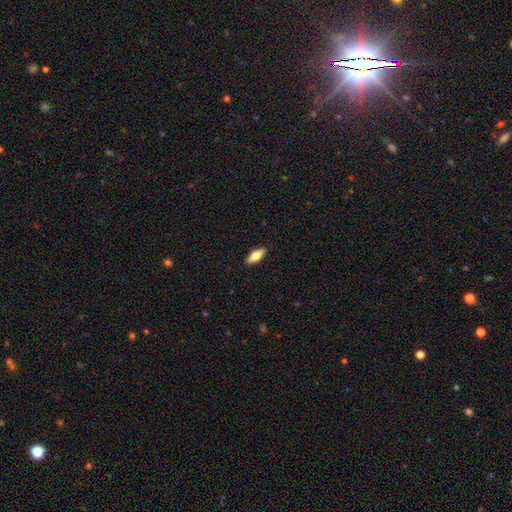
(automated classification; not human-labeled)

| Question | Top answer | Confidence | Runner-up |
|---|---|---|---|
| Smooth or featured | smooth | 61% | featured or disk (33%) |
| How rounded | in between | 69% | cigar-shaped (28%) |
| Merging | none | 90% | minor disturbance (7%) |